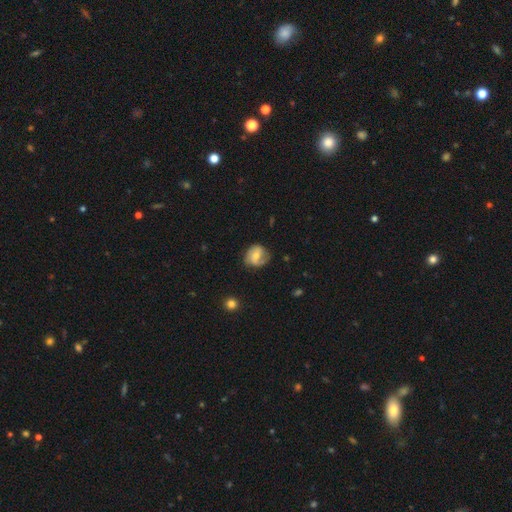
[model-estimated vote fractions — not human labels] Smooth or featured? featured or disk (56%)
Edge-on disk? no (97%)
Bar? no (44%)
Spiral arms? yes (84%)
Bulge size? moderate (50%)
Merging? none (62%)